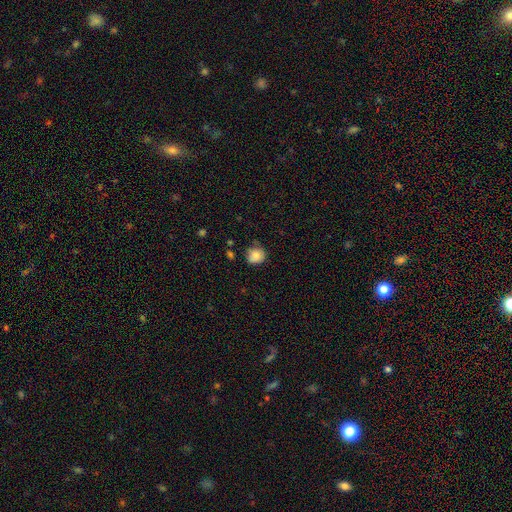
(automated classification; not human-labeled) Smooth or featured? smooth (82%)
How rounded? round (85%)
Merging? none (69%)